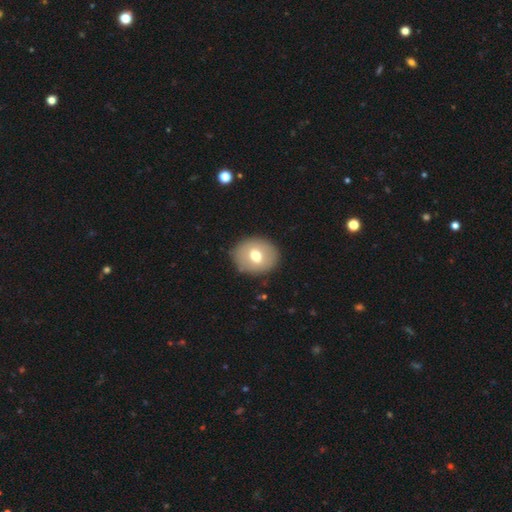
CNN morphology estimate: smooth 66%, featured or disk 25%, star or artifact 8%. Down the decision tree: how rounded — round (66%); merging — none (86%).